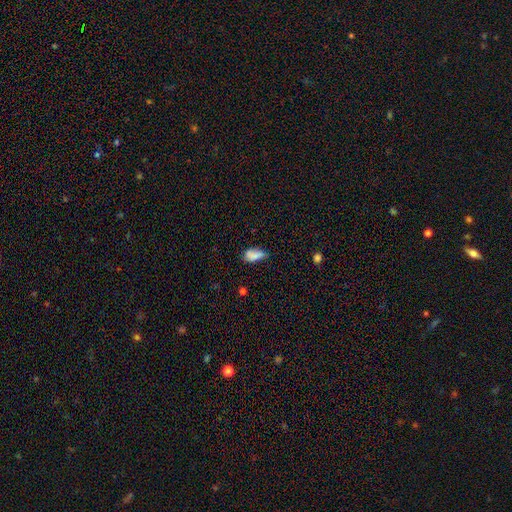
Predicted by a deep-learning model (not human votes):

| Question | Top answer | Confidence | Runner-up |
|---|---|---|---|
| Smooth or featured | smooth | 78% | featured or disk (12%) |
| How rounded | in between | 87% | cigar-shaped (9%) |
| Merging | none | 43% | minor disturbance (38%) |